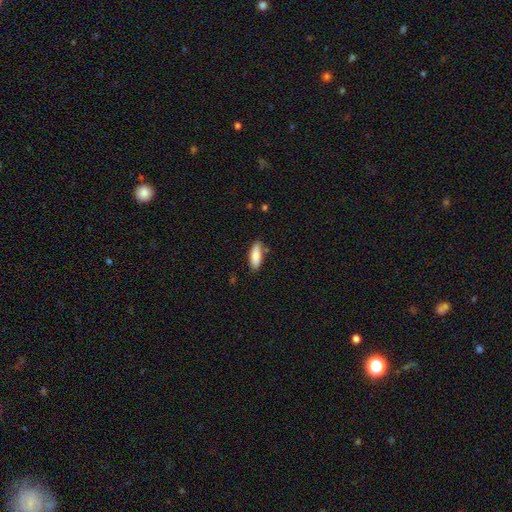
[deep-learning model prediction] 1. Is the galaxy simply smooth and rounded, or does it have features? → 86% smooth, 8% featured or disk, 6% star or artifact.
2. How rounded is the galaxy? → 68% in between, 31% cigar-shaped, 2% round.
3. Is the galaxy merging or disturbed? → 80% none, 14% minor disturbance, 3% merger, 3% major disturbance.